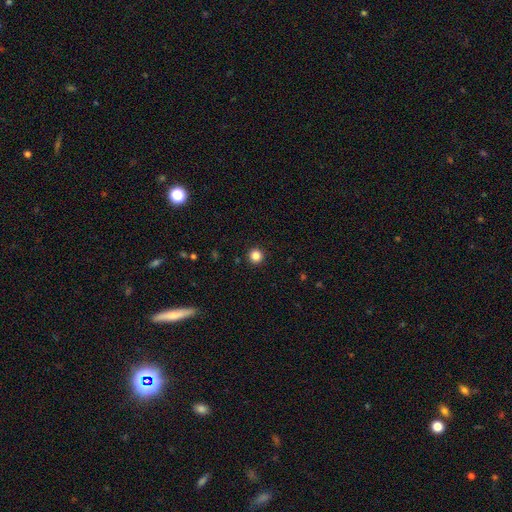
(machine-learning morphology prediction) A smooth galaxy with no disk features (85%) that is round (96%).

Vote fractions:
- Smooth or featured? smooth: 85% / star or artifact: 11% / featured or disk: 3%
- How rounded? round: 96% / in between: 3% / cigar-shaped: 1%
- Merging? none: 93% / minor disturbance: 4% / major disturbance: 2% / merger: 1%